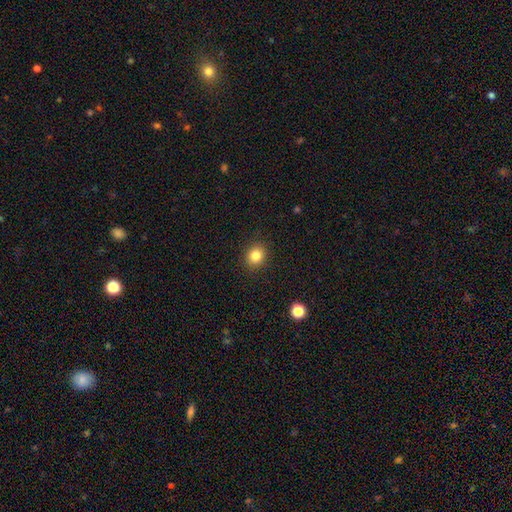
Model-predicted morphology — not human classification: A smooth galaxy with no disk features (83%) that is round (74%). Merging: none (90%).